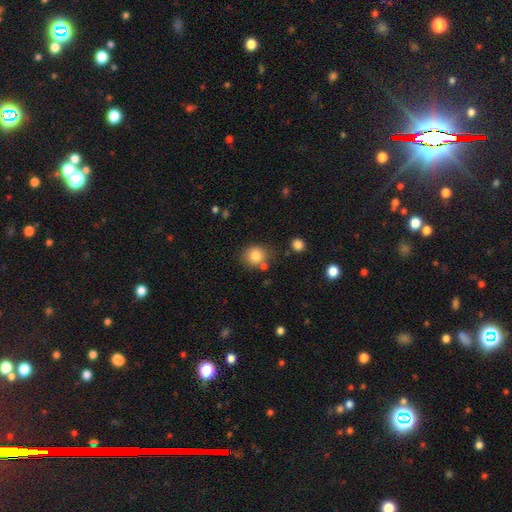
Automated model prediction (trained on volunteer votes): Smooth or featured?
  - smooth: 84% *
  - star or artifact: 10%
  - featured or disk: 7%
How rounded?
  - round: 78% *
  - in between: 21%
  - cigar-shaped: 1%
Merging?
  - none: 73% *
  - minor disturbance: 14%
  - merger: 10%
  - major disturbance: 4%